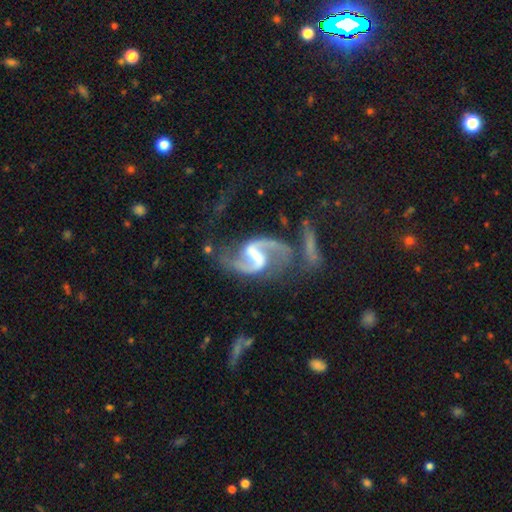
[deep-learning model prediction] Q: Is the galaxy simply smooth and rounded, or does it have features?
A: featured or disk — 92%.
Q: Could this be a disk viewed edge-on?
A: no — 98%.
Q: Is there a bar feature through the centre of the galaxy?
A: strong — 47%.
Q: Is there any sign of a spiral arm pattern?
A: yes — 98%.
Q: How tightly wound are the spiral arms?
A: loose — 51%.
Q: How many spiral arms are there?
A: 2 — 94%.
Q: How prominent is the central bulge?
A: small — 39%.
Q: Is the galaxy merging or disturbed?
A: none — 53%.